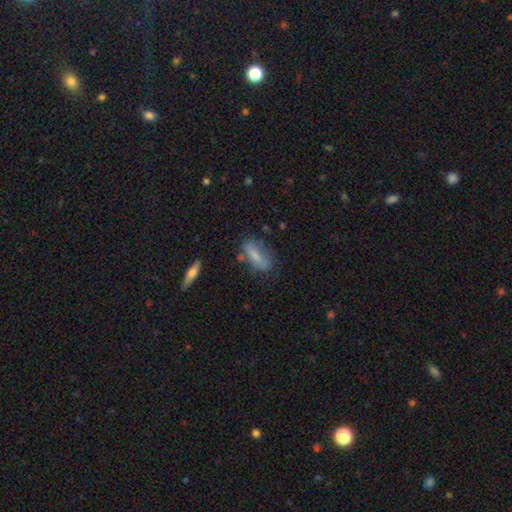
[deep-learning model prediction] smooth_or_featured: smooth (p=0.66) [alt: featured or disk p=0.26]
how_rounded: in between (p=0.66) [alt: cigar-shaped p=0.30]
merging: none (p=0.62) [alt: minor disturbance p=0.24]